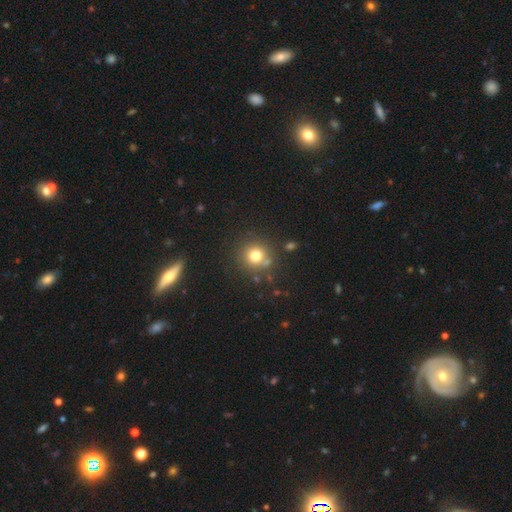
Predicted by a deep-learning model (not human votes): Smooth or featured?
  - smooth: 76% *
  - star or artifact: 15%
  - featured or disk: 9%
How rounded?
  - round: 92% *
  - in between: 7%
  - cigar-shaped: 1%
Merging?
  - none: 79% *
  - minor disturbance: 10%
  - merger: 7%
  - major disturbance: 4%